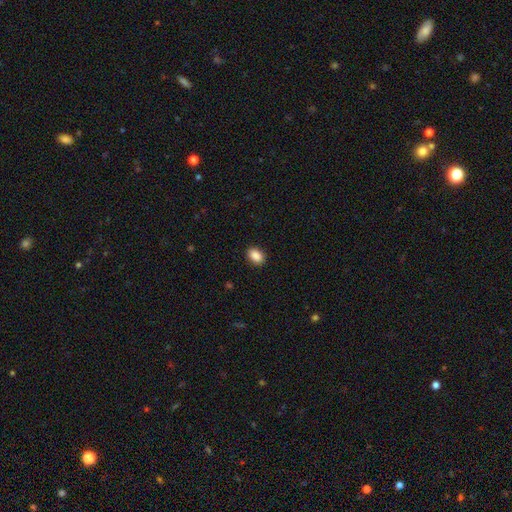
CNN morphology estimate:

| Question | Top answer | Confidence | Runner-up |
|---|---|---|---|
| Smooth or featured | smooth | 89% | star or artifact (8%) |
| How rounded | in between | 82% | round (17%) |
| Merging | none | 90% | minor disturbance (7%) |